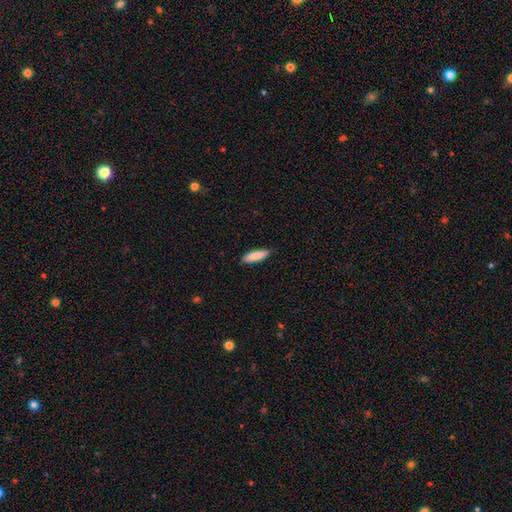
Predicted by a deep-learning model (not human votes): smooth-or-featured: smooth: 88% | featured or disk: 6% | star or artifact: 6%
  how-rounded: cigar-shaped: 61% | in between: 38% | round: 1%
  merging: none: 88% | minor disturbance: 9% | major disturbance: 2% | merger: 1%